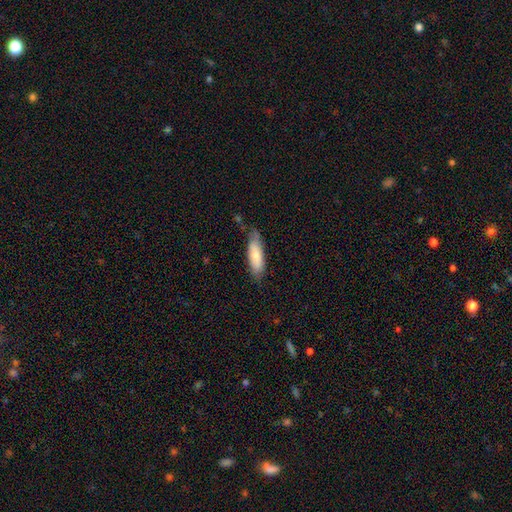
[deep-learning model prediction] A smooth galaxy with no disk features (76%) that is in between round and cigar-shaped (52%). Merging: none (65%).